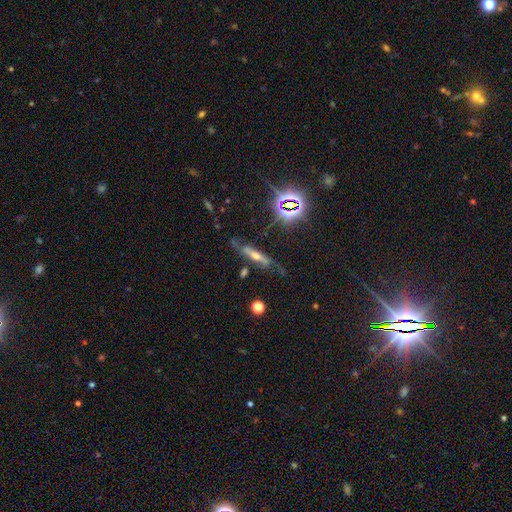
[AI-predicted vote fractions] This is possibly a featured or disk galaxy (53%). It is likely viewed edge-on (63%). Merging: likely none (61%).